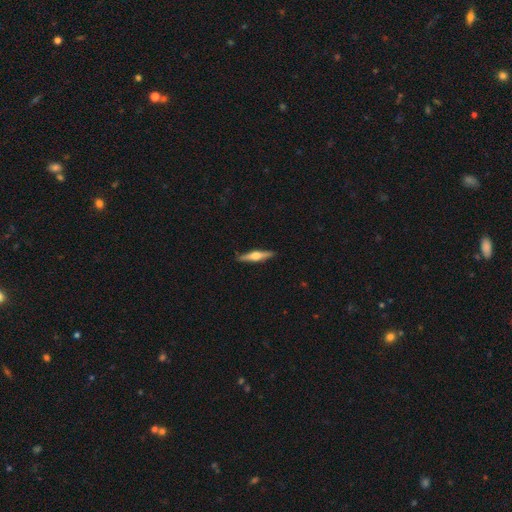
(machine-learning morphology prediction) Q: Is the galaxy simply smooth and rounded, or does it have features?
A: featured or disk — 69%.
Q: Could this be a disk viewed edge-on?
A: yes — 97%.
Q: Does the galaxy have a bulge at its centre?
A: rounded — 93%.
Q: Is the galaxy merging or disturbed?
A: none — 90%.